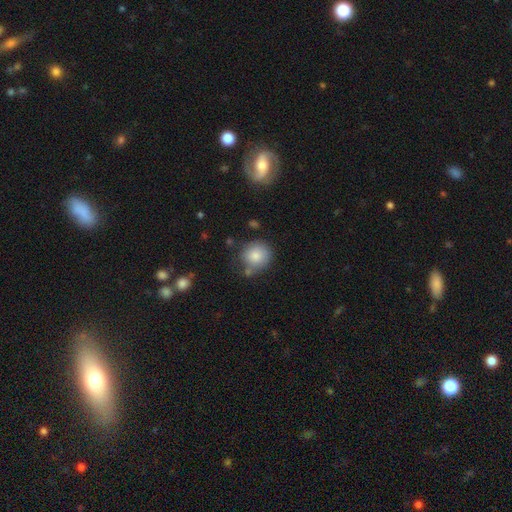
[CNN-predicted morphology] Overall: smooth (83%). How rounded: round (84%). Merging: none (66%).